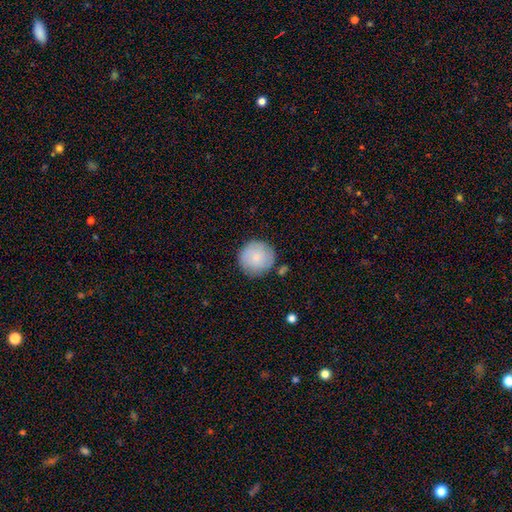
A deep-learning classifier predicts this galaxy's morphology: smooth 76%, featured or disk 17%, star or artifact 7%. Down the decision tree: how rounded — round (95%); merging — none (83%).